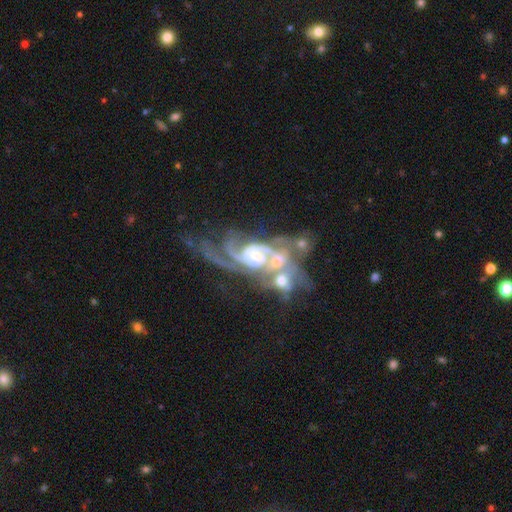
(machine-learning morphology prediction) A featured or disk galaxy (89%) with no bar (61%), 2 (48%) tight (42%, tied with medium) spiral arms (96%) and a small central bulge (48%).

Vote fractions:
- Smooth or featured? featured or disk: 89% / star or artifact: 6% / smooth: 5%
- Edge-on disk? no: 97% / yes: 3%
- Bar? no: 61% / weak: 28% / strong: 11%
- Spiral arms? yes: 96% / no: 4%
- Spiral winding? tight: 42% (tied) / medium: 42% (tied) / loose: 16%
- Spiral arm count? 2: 48% / 3: 18% / can't tell: 18% / 1: 7% / 4: 5% / more than 4: 4%
- Bulge size? small: 48% / moderate: 41% / large: 5% / none: 5% / dominant: 2%
- Merging? merger: 62% / major disturbance: 16% / none: 14% / minor disturbance: 8%